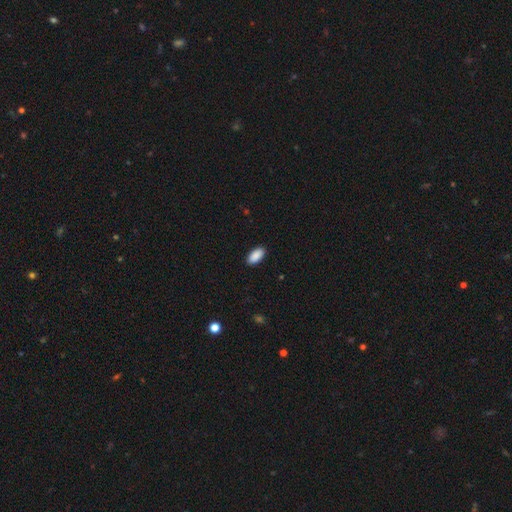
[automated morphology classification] This appears to be a smooth galaxy with no disk features (91%) that is in between round and cigar-shaped (94%). Merging: none (90%).